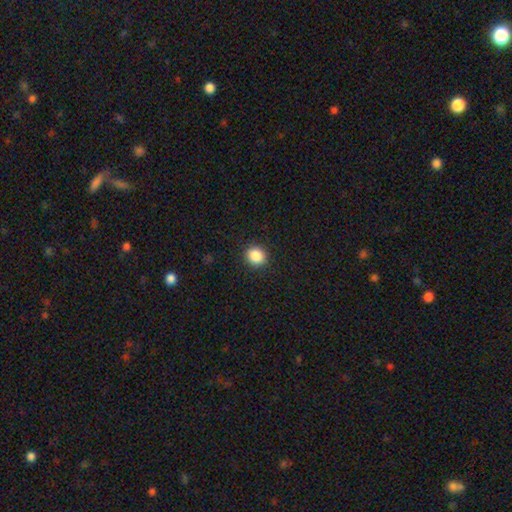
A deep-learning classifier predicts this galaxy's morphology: Q: Smooth or featured?
A: smooth (87%); runner-up: star or artifact (9%)
Q: How rounded?
A: round (83%); runner-up: in between (16%)
Q: Merging?
A: none (91%); runner-up: minor disturbance (6%)